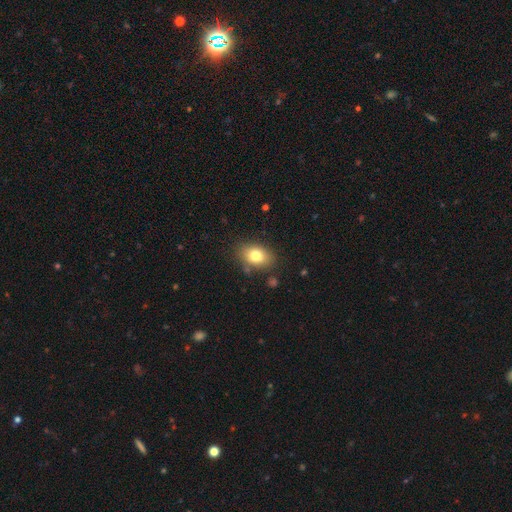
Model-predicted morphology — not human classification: A smooth galaxy with no disk features (80%) that is in between round and cigar-shaped (82%).

Vote fractions:
- Smooth or featured? smooth: 80% / featured or disk: 11% / star or artifact: 9%
- How rounded? in between: 82% / round: 17% / cigar-shaped: 1%
- Merging? none: 81% / minor disturbance: 13% / major disturbance: 4% / merger: 3%